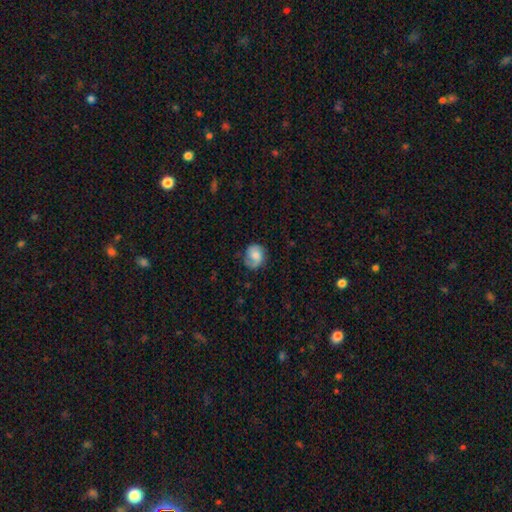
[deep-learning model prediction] A featured or disk galaxy (47%).

Vote fractions:
- Smooth or featured? featured or disk: 47% / smooth: 45% / star or artifact: 8%
- Merging? none: 69% / minor disturbance: 22% / major disturbance: 8% / merger: 1%